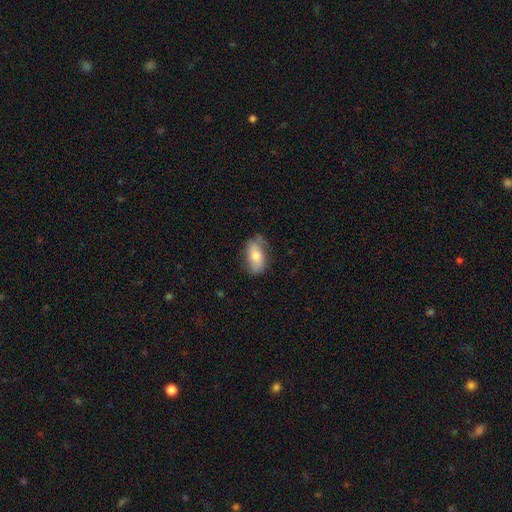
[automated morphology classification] A smooth galaxy with no disk features (68%) that is in between round and cigar-shaped (87%). Merging: none (70%).